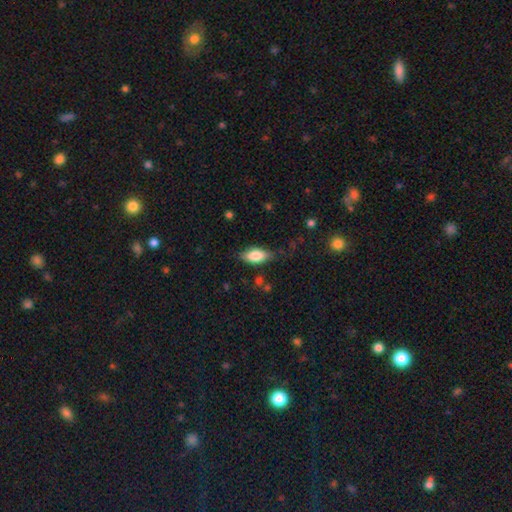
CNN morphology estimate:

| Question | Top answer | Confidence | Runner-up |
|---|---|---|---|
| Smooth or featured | smooth | 78% | featured or disk (15%) |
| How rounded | in between | 87% | cigar-shaped (10%) |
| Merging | none | 74% | minor disturbance (19%) |